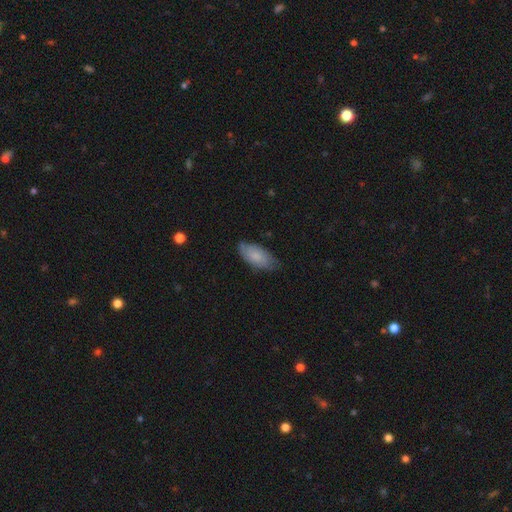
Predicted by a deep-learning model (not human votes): A smooth galaxy with no disk features (74%) that is in between round and cigar-shaped (91%). Merging: none (66%).